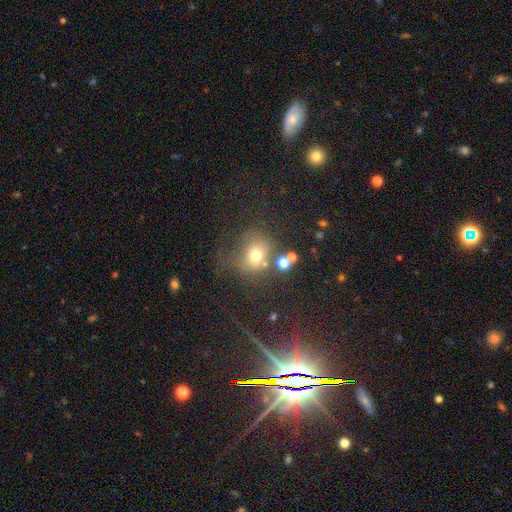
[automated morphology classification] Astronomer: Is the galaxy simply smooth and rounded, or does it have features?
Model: smooth — 66%.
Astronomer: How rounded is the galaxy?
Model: round — 74%.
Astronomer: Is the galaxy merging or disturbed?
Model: none — 47%.